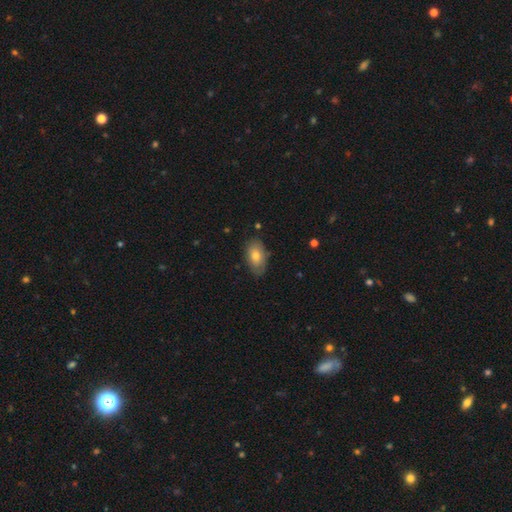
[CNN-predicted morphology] Smooth or featured? Predicted: smooth (p=0.76). How rounded? Predicted: in between (p=0.92). Merging? Predicted: none (p=0.76).